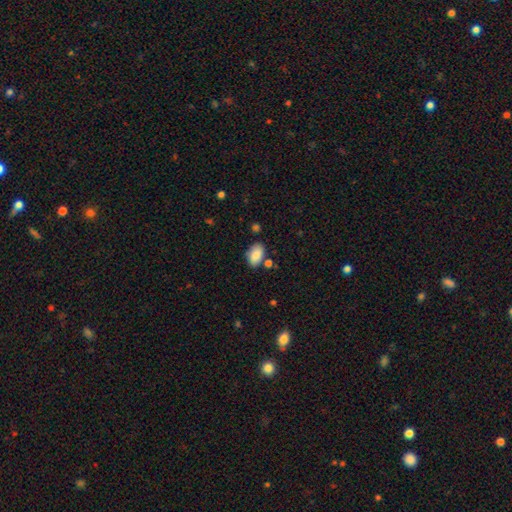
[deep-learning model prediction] This appears to be a smooth galaxy with no disk features (87%) that is in between round and cigar-shaped (92%). Merging: none (76%).